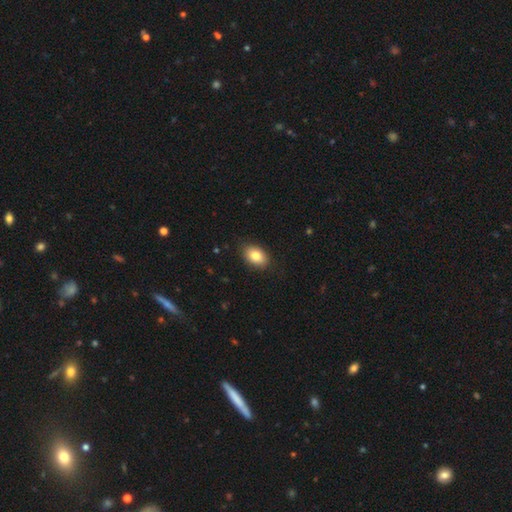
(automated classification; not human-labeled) Q: Smooth or featured?
A: smooth (83%); runner-up: featured or disk (10%)
Q: How rounded?
A: in between (87%); runner-up: round (12%)
Q: Merging?
A: none (87%); runner-up: minor disturbance (10%)